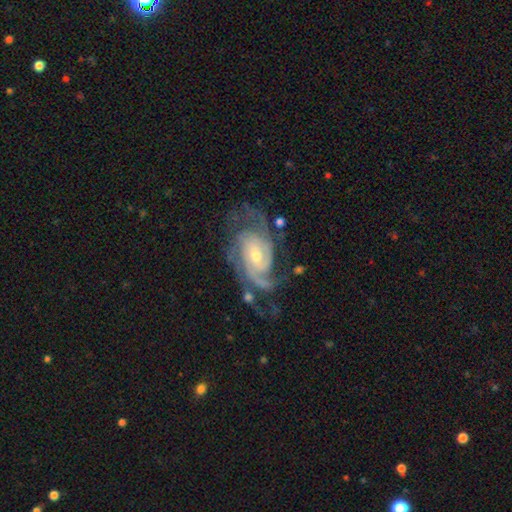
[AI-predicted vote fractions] This appears to be a featured or disk galaxy (90%) with no bar (57%), 3 (34%) tight (51%) spiral arms (98%) and a small central bulge (51%). Merging: none (60%).